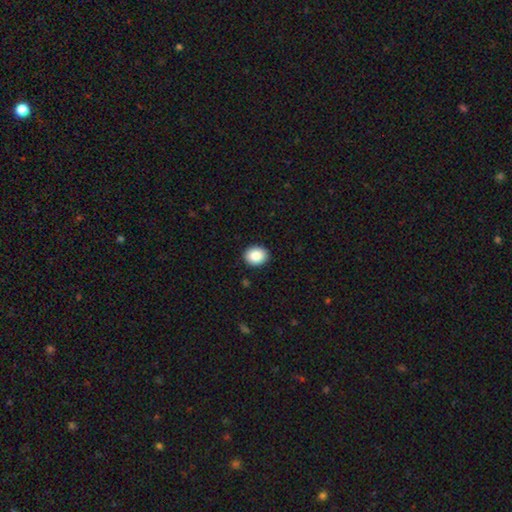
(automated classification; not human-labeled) Smooth or featured: smooth — 88% (star or artifact — 8%)
How rounded: round — 56% (in between — 43%)
Merging: none — 91% (minor disturbance — 7%)